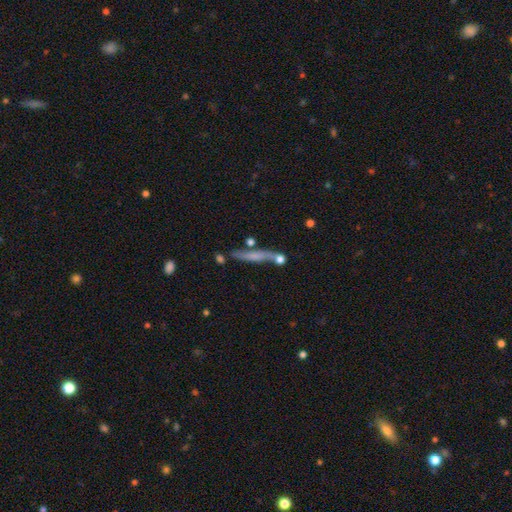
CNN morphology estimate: This is possibly a featured or disk galaxy (47%). Merging: likely none (69%).